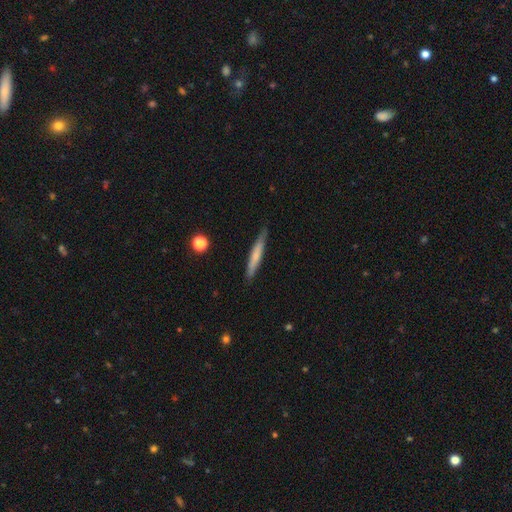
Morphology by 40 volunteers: smooth-or-featured: smooth: 52% | featured or disk: 40% | star or artifact: 8%
  how-rounded: cigar-shaped: 86% | round: 10% | in between: 5%
  merging: none: 81% | minor disturbance: 19% | major disturbance: 0% | merger: 0%